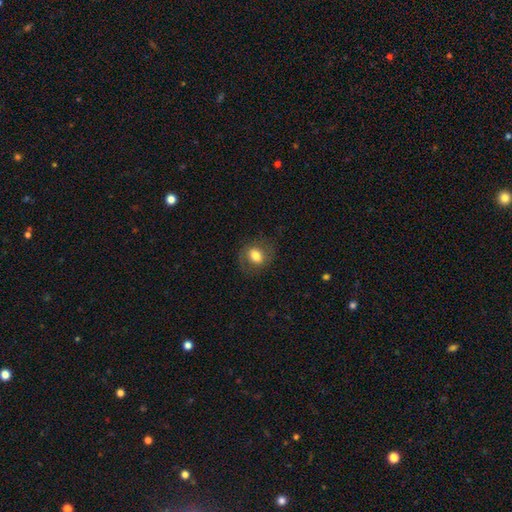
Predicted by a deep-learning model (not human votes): The model was most divided on "how rounded": round: 53%, in between: 46%, cigar-shaped: 1%. More confident: merging — none (74%); smooth or featured — smooth (70%).